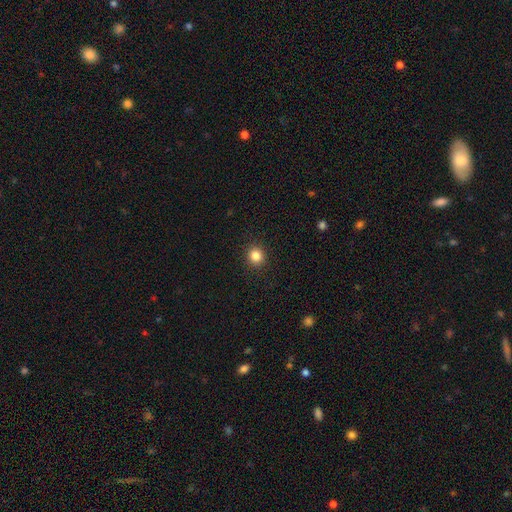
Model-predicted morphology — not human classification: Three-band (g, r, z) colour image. It shows a smooth galaxy with no disk features (84%) that is round (88%). Merging: none (91%).